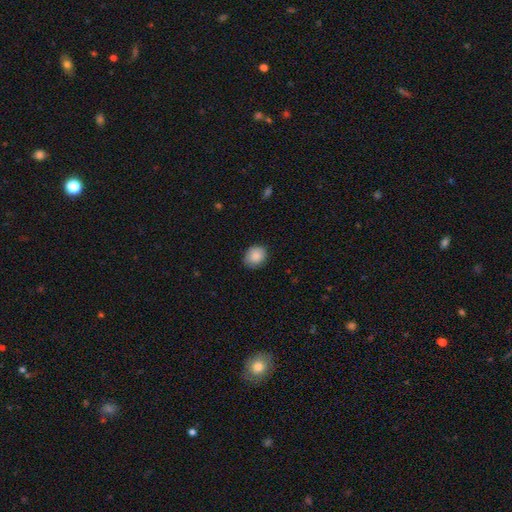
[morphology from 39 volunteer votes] This appears to be a smooth galaxy with no disk features (85%) that is round (85%). Merging: none (97%).